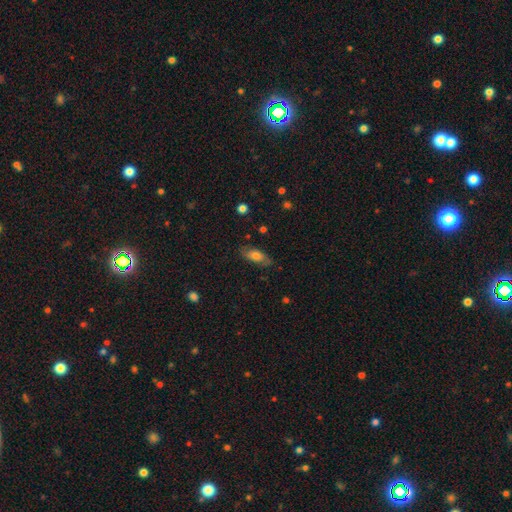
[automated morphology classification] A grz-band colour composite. It shows a smooth galaxy with no disk features (63%) that is in between round and cigar-shaped (81%). Merging: none (77%).